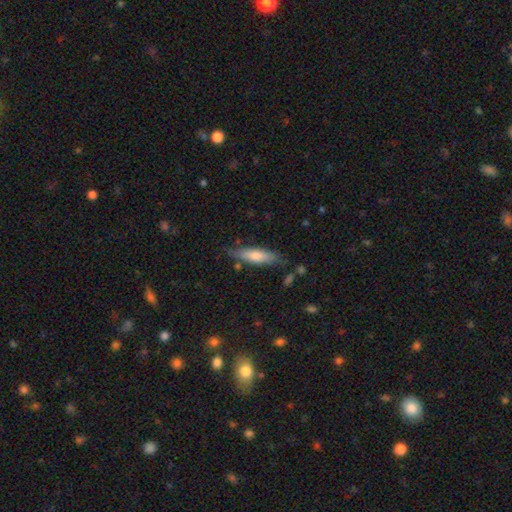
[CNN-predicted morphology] Smooth or featured? Predicted: smooth (p=0.67). How rounded? Predicted: cigar-shaped (p=0.69). Merging? Predicted: none (p=0.77).